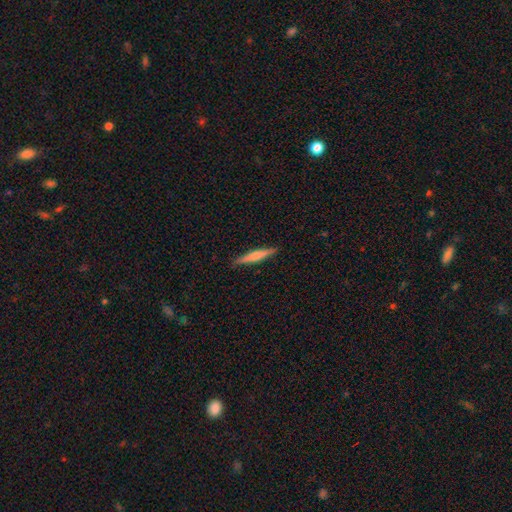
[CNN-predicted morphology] smooth 54%, featured or disk 40%, star or artifact 6%. Down the decision tree: how rounded — cigar-shaped (92%); merging — none (89%).